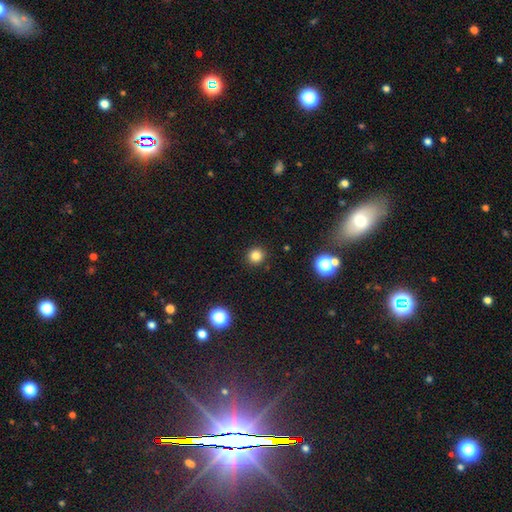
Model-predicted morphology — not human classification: This appears to be a smooth galaxy with no disk features (82%) that is round (94%). Merging: none (92%).